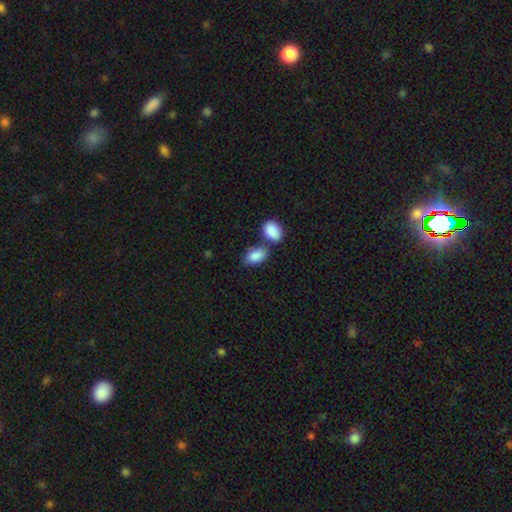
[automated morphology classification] smooth 88%, star or artifact 6%, featured or disk 6%. Down the decision tree: how rounded — in between (93%); merging — none (52%).